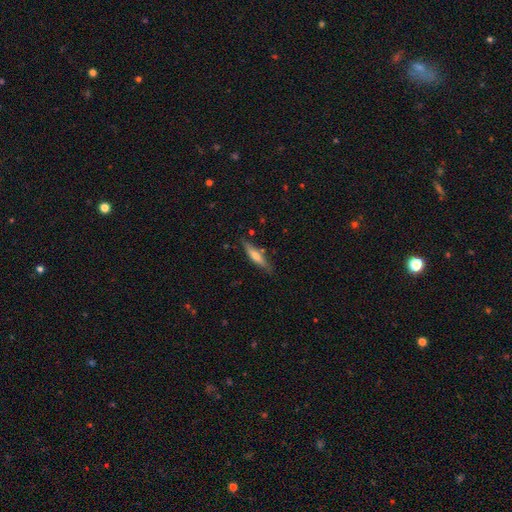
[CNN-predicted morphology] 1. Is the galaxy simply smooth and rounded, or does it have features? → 52% smooth, 42% featured or disk, 6% star or artifact.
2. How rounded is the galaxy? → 80% cigar-shaped, 18% in between, 2% round.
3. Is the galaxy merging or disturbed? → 79% none, 14% minor disturbance, 3% merger, 3% major disturbance.